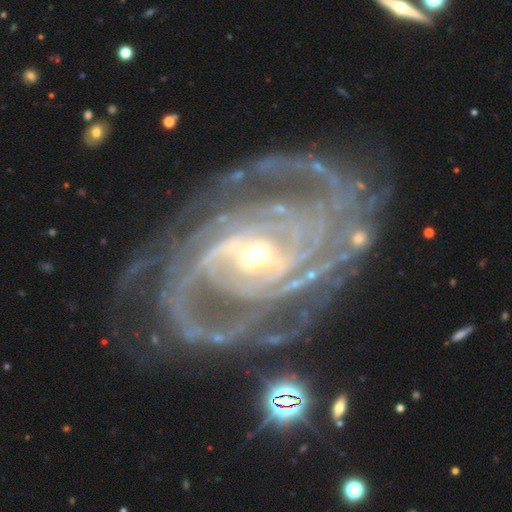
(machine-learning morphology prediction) This is clearly a featured or disk galaxy (93%). It is clearly not viewed edge-on (97%). Bar: marginally strong (44%). Spiral arm pattern: clearly yes (97%). Spiral arm count: marginally 2 (29%). Spiral winding: possibly tight (54%). Central bulge: possibly moderate (51%). Merging: likely none (60%).